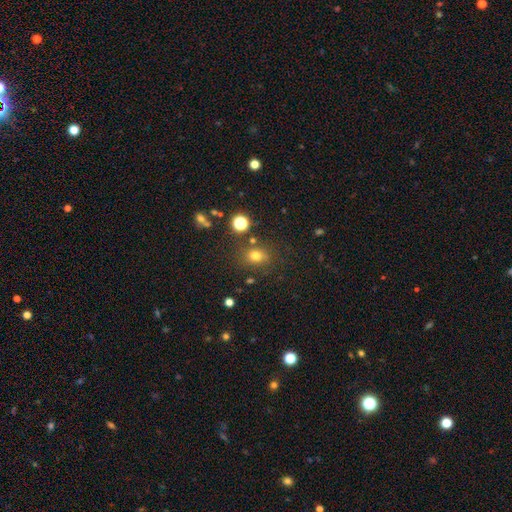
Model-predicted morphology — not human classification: Smooth or featured?
  - smooth: 73% *
  - star or artifact: 19%
  - featured or disk: 8%
How rounded?
  - round: 59% *
  - in between: 40%
  - cigar-shaped: 1%
Merging?
  - none: 75% *
  - minor disturbance: 13%
  - merger: 7%
  - major disturbance: 5%